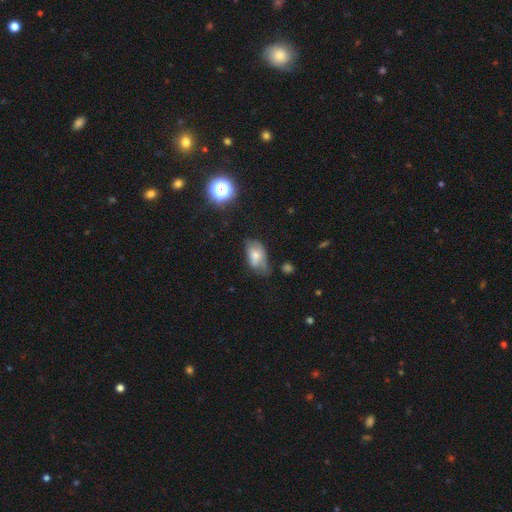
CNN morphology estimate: type=smooth (63%); roundness=in between (89%); merging=minor disturbance (39%).